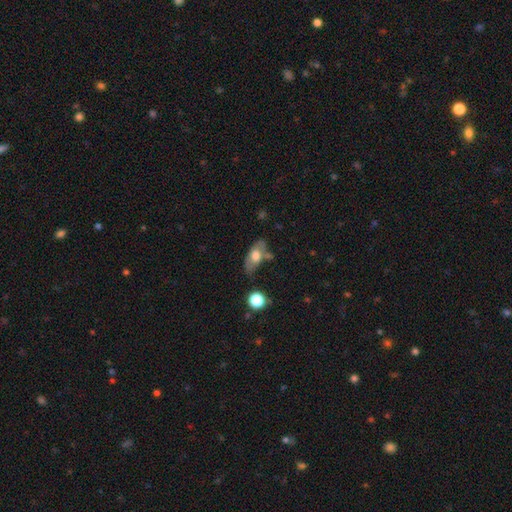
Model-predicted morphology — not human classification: Q: Smooth or featured?
A: smooth (59%); runner-up: featured or disk (33%)
Q: How rounded?
A: in between (84%); runner-up: cigar-shaped (11%)
Q: Merging?
A: none (55%); runner-up: minor disturbance (24%)